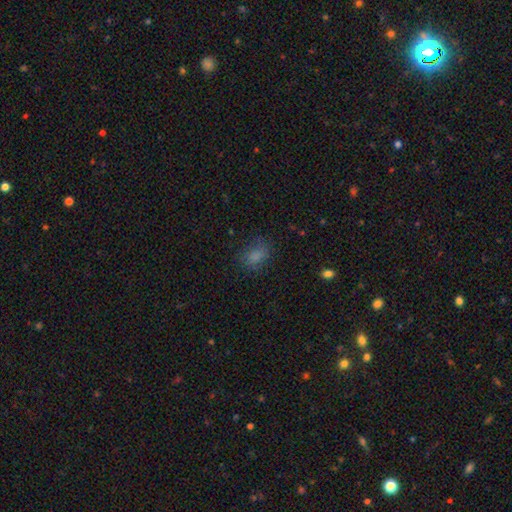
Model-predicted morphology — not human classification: smooth 79%, star or artifact 13%, featured or disk 8%. Down the decision tree: how rounded — in between (72%); merging — none (70%).